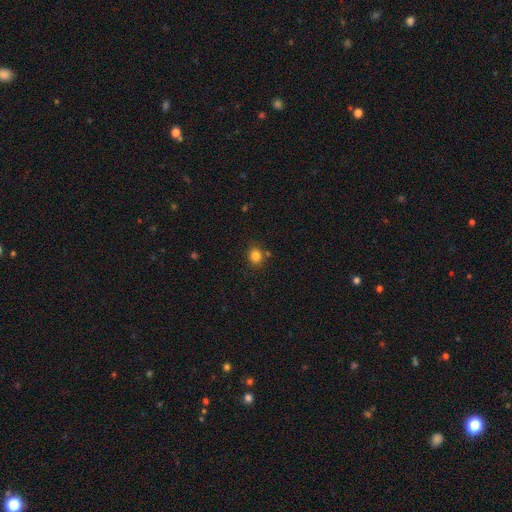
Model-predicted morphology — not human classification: type=smooth (82%); roundness=round (71%); merging=none (78%).